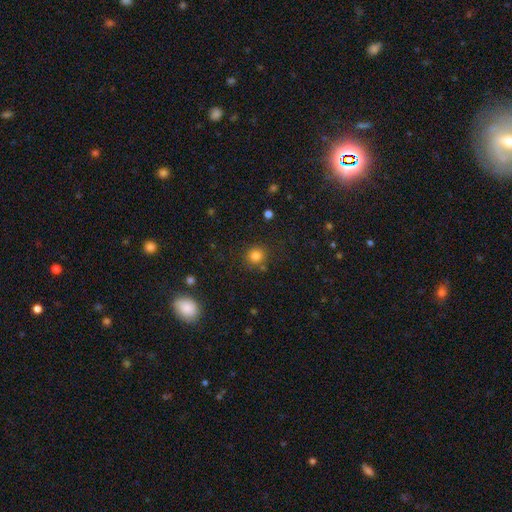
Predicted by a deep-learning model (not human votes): A smooth galaxy with no disk features (82%) that is round (89%).

Vote fractions:
- Smooth or featured? smooth: 82% / star or artifact: 13% / featured or disk: 5%
- How rounded? round: 89% / in between: 10% / cigar-shaped: 1%
- Merging? none: 82% / minor disturbance: 10% / merger: 5% / major disturbance: 4%